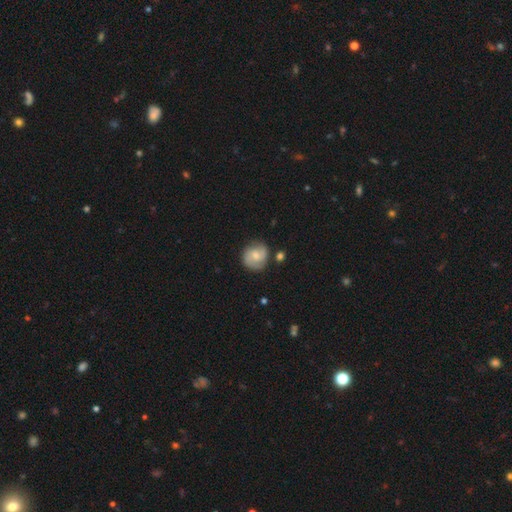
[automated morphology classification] The model was most divided on "bulge size": moderate: 49%, small: 42%, none: 5%, large: 3%, dominant: 1%. More confident: edge-on disk — no (97%); spiral arms — yes (89%); merging — none (76%); smooth or featured — featured or disk (55%); bar — no (54%).